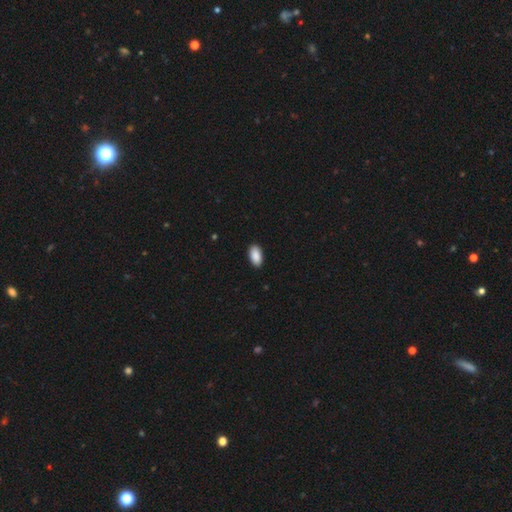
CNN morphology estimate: Smooth or featured?
  - smooth: 91% *
  - star or artifact: 6%
  - featured or disk: 3%
How rounded?
  - in between: 95% *
  - cigar-shaped: 2%
  - round: 2%
Merging?
  - none: 90% *
  - minor disturbance: 7%
  - major disturbance: 2%
  - merger: 1%